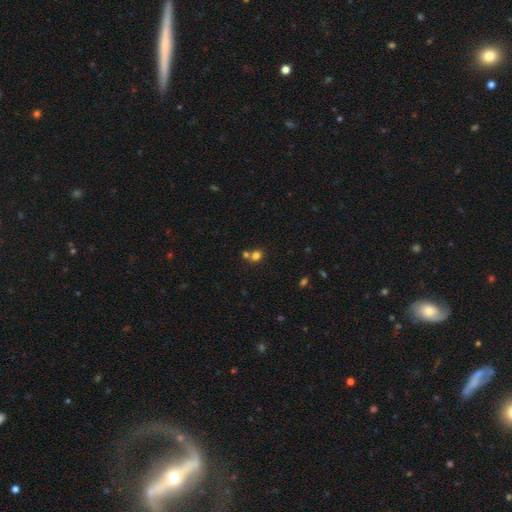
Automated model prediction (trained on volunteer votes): smooth_or_featured: smooth (p=0.77) [alt: star or artifact p=0.14]
how_rounded: round (p=0.63) [alt: in between p=0.36]
merging: none (p=0.54) [alt: merger p=0.34]